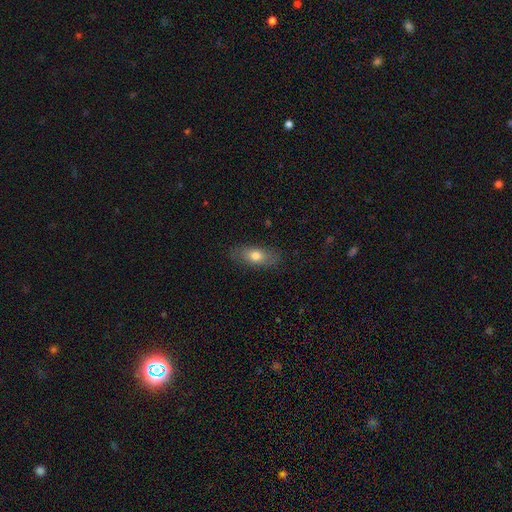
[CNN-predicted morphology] Overall: smooth (72%). How rounded: in between (79%). Merging: none (82%).